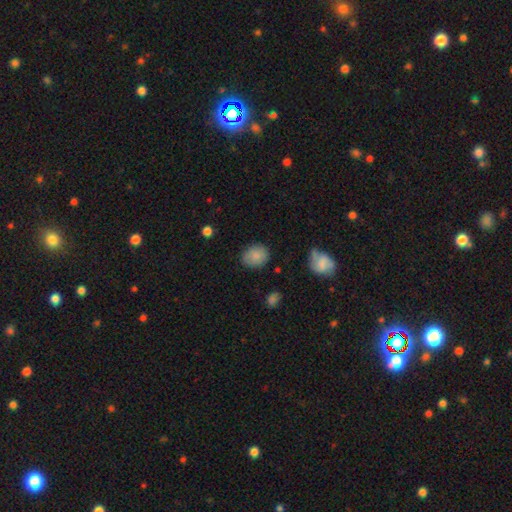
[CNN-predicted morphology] smooth-or-featured: smooth: 85% | star or artifact: 8% | featured or disk: 7%
  how-rounded: round: 51% | in between: 48% | cigar-shaped: 1%
  merging: none: 79% | minor disturbance: 15% | major disturbance: 3% | merger: 2%